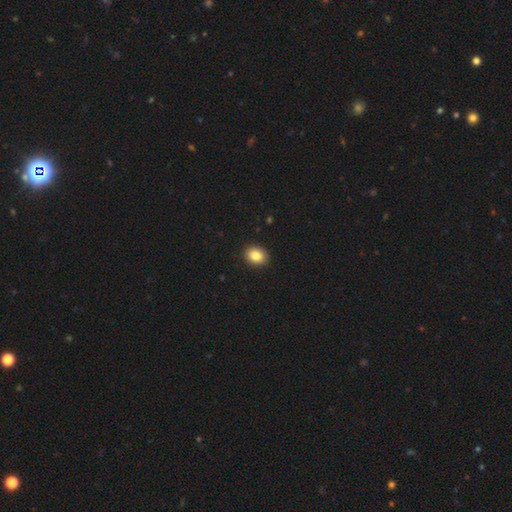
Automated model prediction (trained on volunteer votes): A smooth galaxy with no disk features (85%) that is in between round and cigar-shaped (57%). Merging: none (92%).